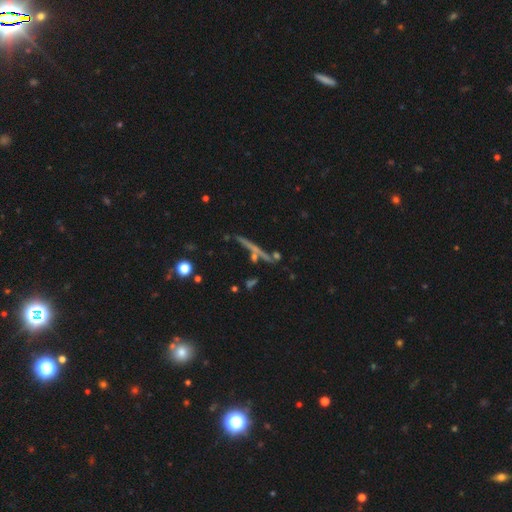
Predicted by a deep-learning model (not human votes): featured or disk 55%, smooth 30%, star or artifact 15%. Down the decision tree: edge-on disk — yes (89%); merging — none (68%).